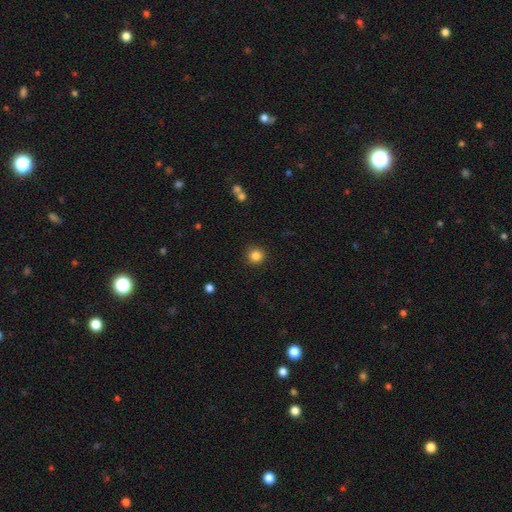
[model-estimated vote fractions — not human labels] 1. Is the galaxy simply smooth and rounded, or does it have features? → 85% smooth, 11% star or artifact, 4% featured or disk.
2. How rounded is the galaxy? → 94% round, 5% in between, 1% cigar-shaped.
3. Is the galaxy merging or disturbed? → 91% none, 6% minor disturbance, 2% major disturbance, 1% merger.